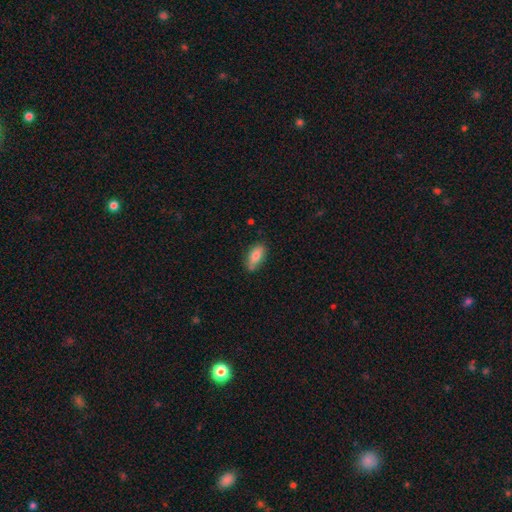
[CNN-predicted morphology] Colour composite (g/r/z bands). It shows a smooth galaxy with no disk features (80%) that is in between round and cigar-shaped (88%). Merging: none (70%).